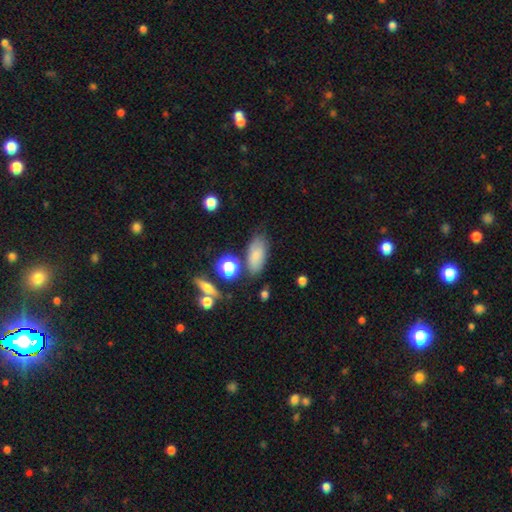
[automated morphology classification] smooth 74%, featured or disk 16%, star or artifact 10%. Down the decision tree: how rounded — in between (88%); merging — none (70%).